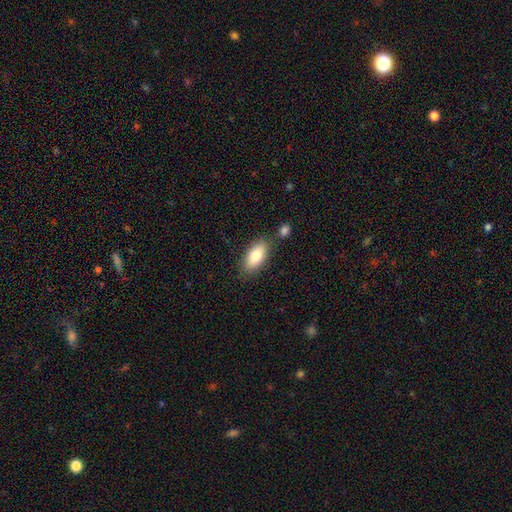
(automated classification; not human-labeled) A smooth galaxy with no disk features (80%) that is in between round and cigar-shaped (89%). Merging: none (79%).